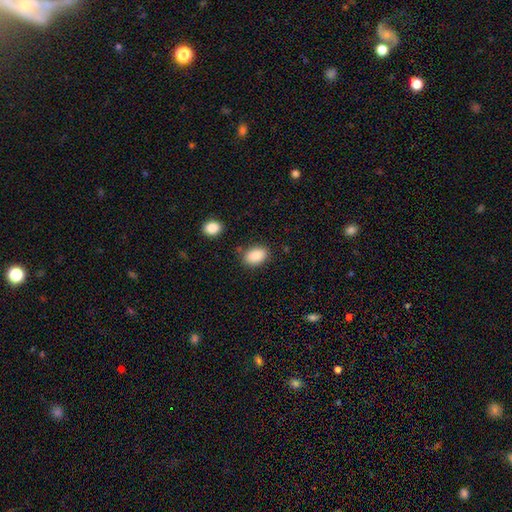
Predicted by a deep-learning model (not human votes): The model was most divided on "merging": none: 82%, minor disturbance: 11%, merger: 4%, major disturbance: 3%. More confident: smooth or featured — smooth (89%); how rounded — in between (86%).